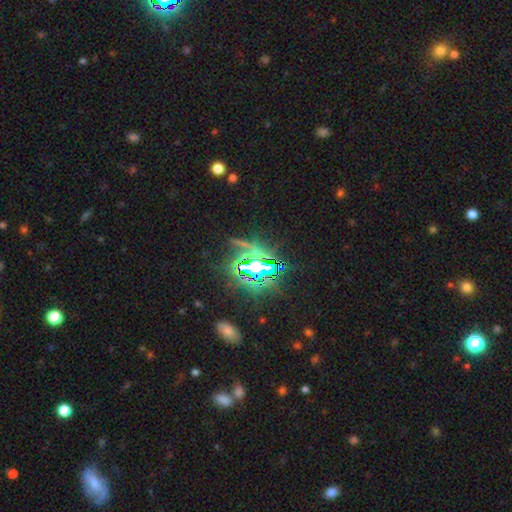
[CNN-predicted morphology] The model was most divided on "smooth or featured": star or artifact: 82%, smooth: 11%, featured or disk: 7%.